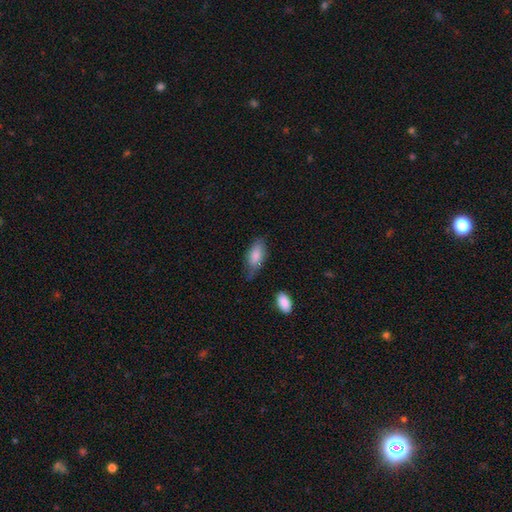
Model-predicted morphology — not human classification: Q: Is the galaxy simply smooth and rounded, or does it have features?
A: smooth — 83%.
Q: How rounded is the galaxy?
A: in between — 88%.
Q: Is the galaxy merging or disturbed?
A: none — 59%.